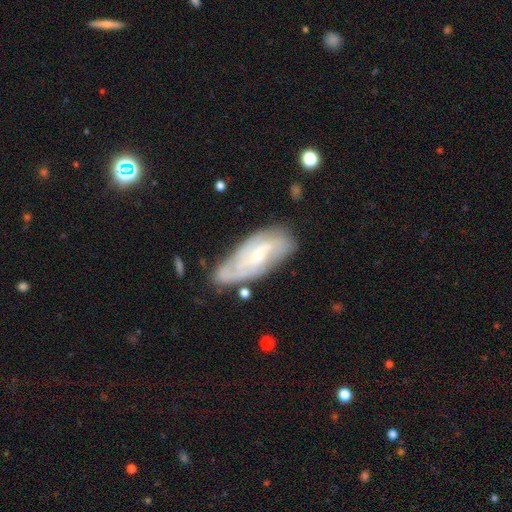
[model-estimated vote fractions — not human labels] Smooth or featured?
  - featured or disk: 67% *
  - smooth: 26%
  - star or artifact: 7%
Edge-on disk?
  - no: 88% *
  - yes: 12%
Bar?
  - no: 47% *
  - weak: 42%
  - strong: 11%
Spiral arms?
  - yes: 83% *
  - no: 17%
Bulge size?
  - small: 61% *
  - moderate: 33%
  - none: 4%
  - large: 2%
  - dominant: 1%
Merging?
  - none: 62% *
  - minor disturbance: 25%
  - major disturbance: 8%
  - merger: 4%